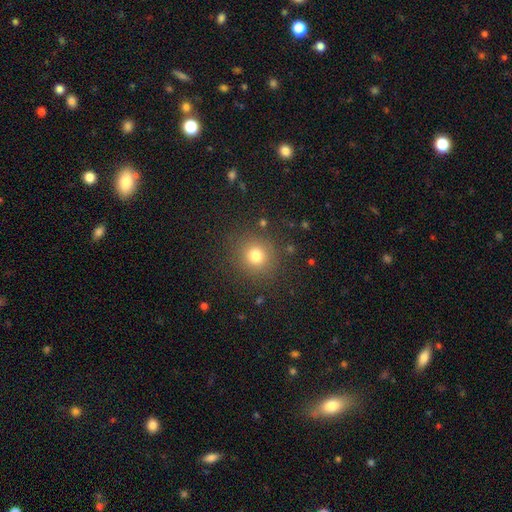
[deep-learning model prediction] A smooth galaxy with no disk features (76%) that is round (91%).

Vote fractions:
- Smooth or featured? smooth: 76% / star or artifact: 16% / featured or disk: 8%
- How rounded? round: 91% / in between: 8% / cigar-shaped: 1%
- Merging? none: 87% / minor disturbance: 8% / major disturbance: 4% / merger: 2%